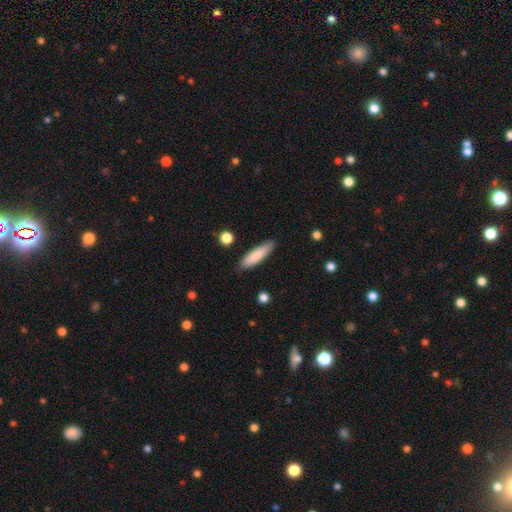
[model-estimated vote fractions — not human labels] This is clearly a smooth galaxy (84%). How rounded: likely cigar-shaped (70%). Merging: clearly none (86%).